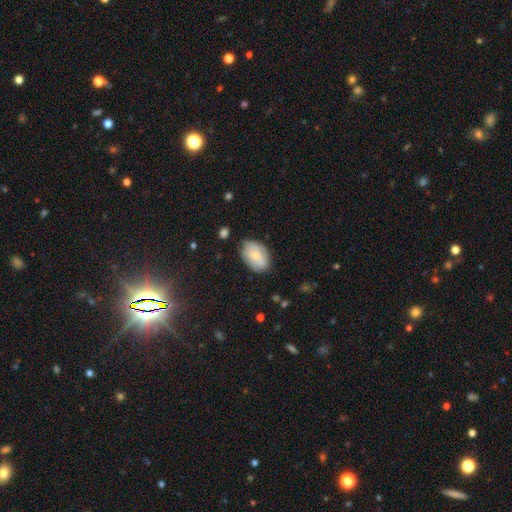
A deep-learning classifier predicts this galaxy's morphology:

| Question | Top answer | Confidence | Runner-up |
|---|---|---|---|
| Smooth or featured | smooth | 63% | featured or disk (29%) |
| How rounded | in between | 88% | round (11%) |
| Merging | none | 76% | minor disturbance (18%) |